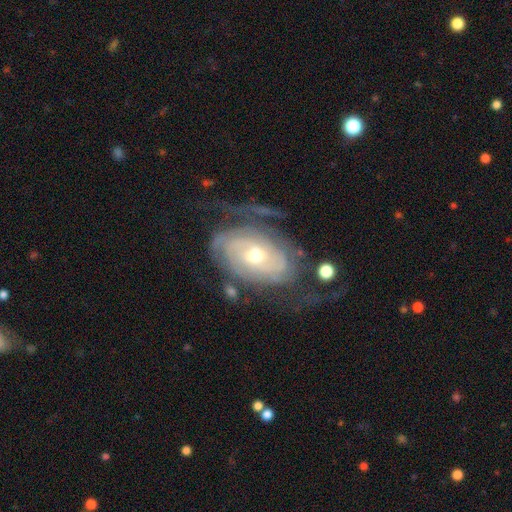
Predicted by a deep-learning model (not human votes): smooth_or_featured: featured or disk (p=0.86) [alt: smooth p=0.09]
disk_edge_on: no (p=0.95) [alt: yes p=0.05]
bar: no (p=0.66) [alt: weak p=0.26]
has_spiral_arms: yes (p=0.93) [alt: no p=0.07]
spiral_winding: tight (p=0.69) [alt: medium p=0.22]
spiral_arm_count: can't tell (p=0.39) [alt: 2 p=0.31]
bulge_size: moderate (p=0.51) [alt: small p=0.44]
merging: none (p=0.56) [alt: major disturbance p=0.22]